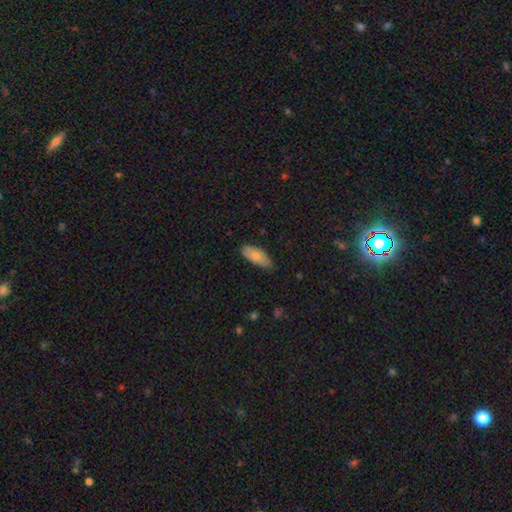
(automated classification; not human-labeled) This appears to be a smooth galaxy with no disk features (79%) that is in between round and cigar-shaped (82%). Merging: none (70%).